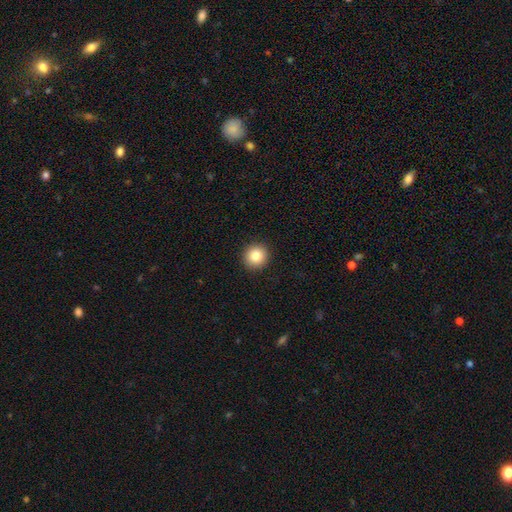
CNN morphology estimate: Overall: smooth (85%). How rounded: round (92%). Merging: none (92%).